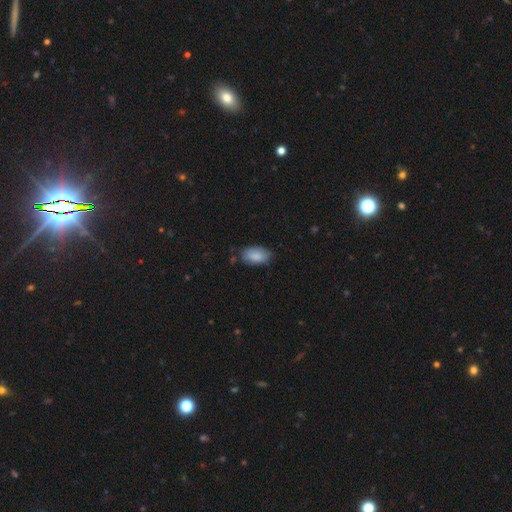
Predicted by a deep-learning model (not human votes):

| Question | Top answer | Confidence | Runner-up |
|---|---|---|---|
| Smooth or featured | smooth | 87% | featured or disk (7%) |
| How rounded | in between | 94% | round (4%) |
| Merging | none | 74% | minor disturbance (20%) |